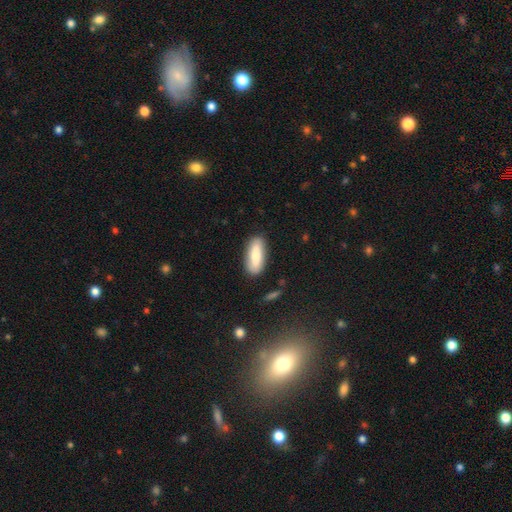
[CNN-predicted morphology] Smooth or featured: smooth — 73% (featured or disk — 21%)
How rounded: in between — 72% (cigar-shaped — 26%)
Merging: none — 84% (minor disturbance — 12%)